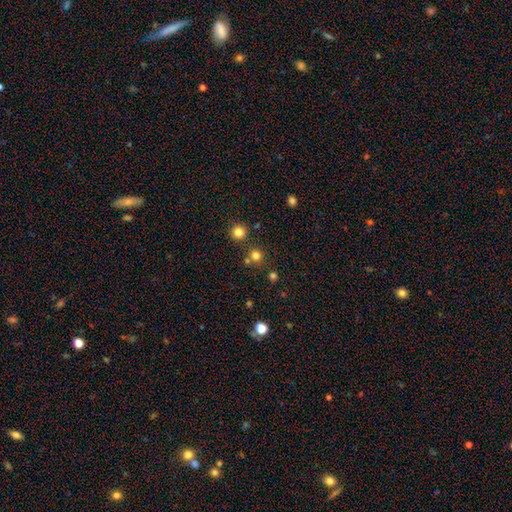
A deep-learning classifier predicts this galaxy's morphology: A smooth galaxy with no disk features (76%) that is round (91%).

Vote fractions:
- Smooth or featured? smooth: 76% / star or artifact: 19% / featured or disk: 6%
- How rounded? round: 91% / in between: 8% / cigar-shaped: 1%
- Merging? none: 75% / merger: 15% / minor disturbance: 7% / major disturbance: 3%